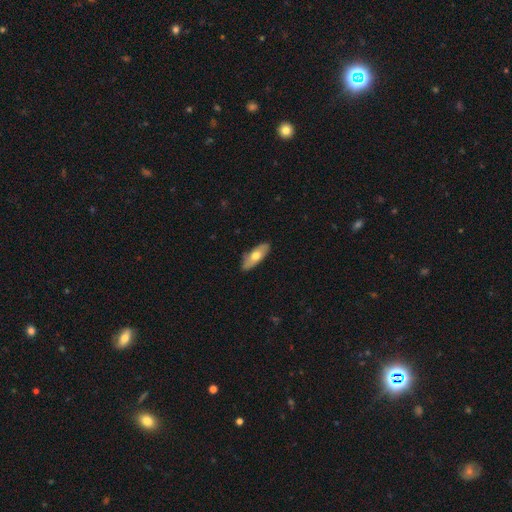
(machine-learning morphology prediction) This appears to be a smooth galaxy with no disk features (58%) that is in between round and cigar-shaped (74%). Merging: none (84%).